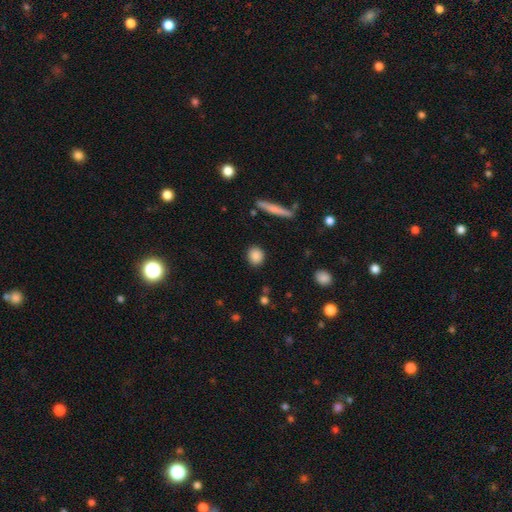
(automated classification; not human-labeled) Smooth or featured? Predicted: smooth (p=0.87). How rounded? Predicted: round (p=0.66). Merging? Predicted: none (p=0.88).